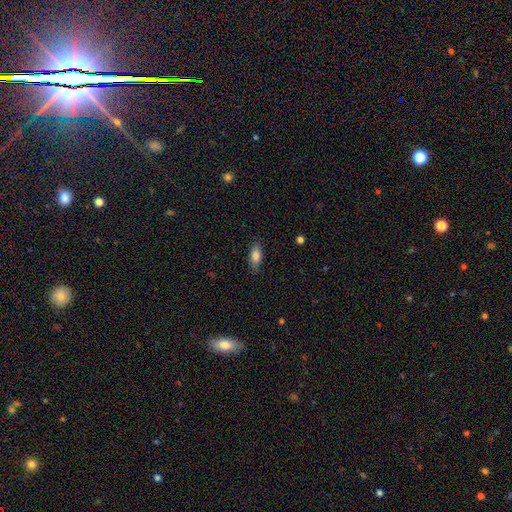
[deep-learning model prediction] Smooth or featured: smooth — 83% (featured or disk — 10%)
How rounded: in between — 80% (cigar-shaped — 18%)
Merging: none — 83% (minor disturbance — 13%)